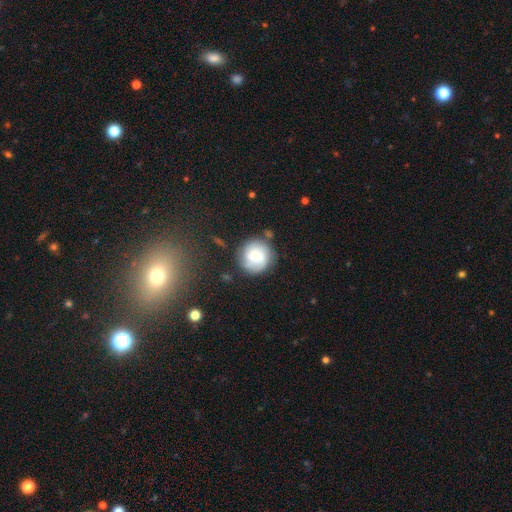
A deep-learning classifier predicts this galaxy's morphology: Smooth or featured? Predicted: smooth (p=0.50). Merging? Predicted: none (p=0.74).